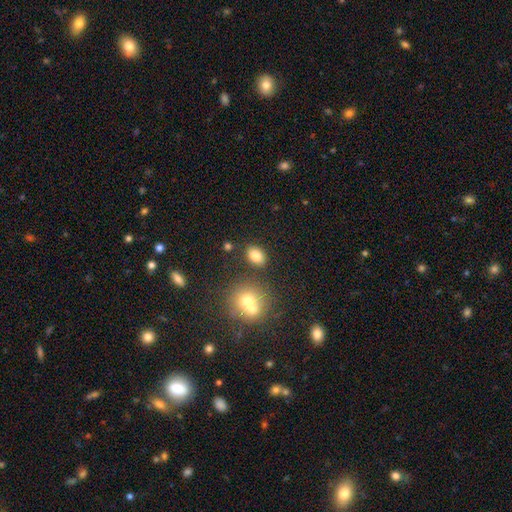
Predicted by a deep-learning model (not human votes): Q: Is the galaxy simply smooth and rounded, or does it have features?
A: smooth — 82%.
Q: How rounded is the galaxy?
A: in between — 79%.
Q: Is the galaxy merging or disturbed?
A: none — 80%.